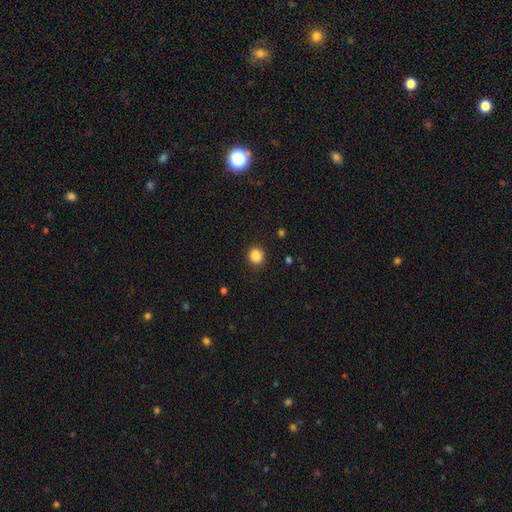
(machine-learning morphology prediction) Smooth or featured: smooth — 86% (star or artifact — 11%)
How rounded: round — 82% (in between — 17%)
Merging: none — 85% (minor disturbance — 10%)